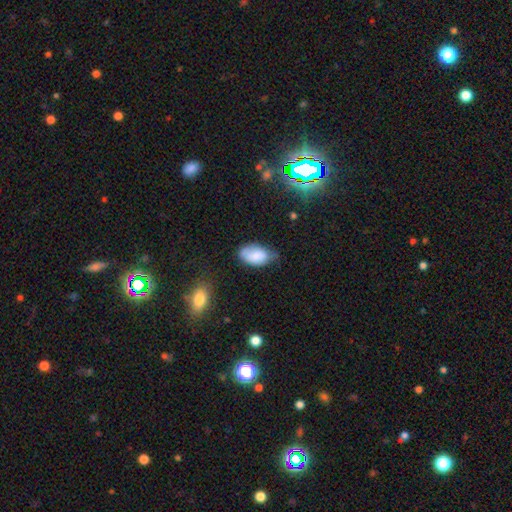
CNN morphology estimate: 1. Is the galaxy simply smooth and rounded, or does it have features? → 79% smooth, 13% featured or disk, 7% star or artifact.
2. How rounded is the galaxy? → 94% in between, 5% round, 2% cigar-shaped.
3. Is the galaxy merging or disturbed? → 48% none, 39% minor disturbance, 9% major disturbance, 3% merger.